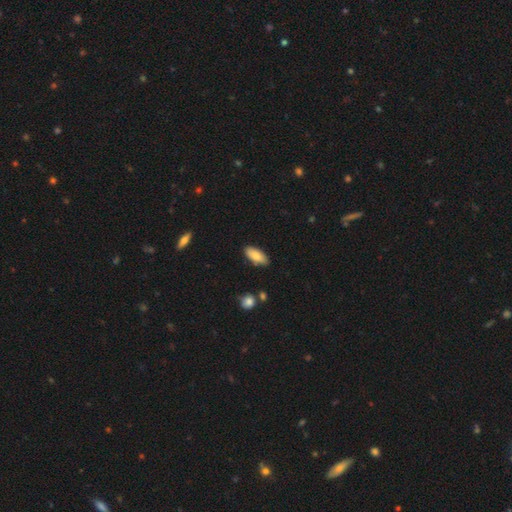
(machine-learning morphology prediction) A smooth galaxy with no disk features (82%) that is in between round and cigar-shaped (85%). Merging: none (85%).